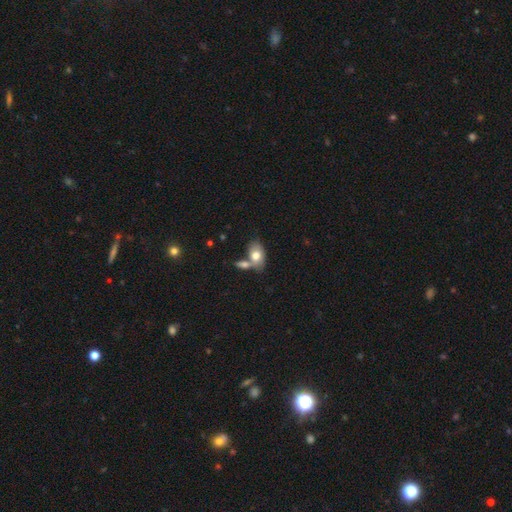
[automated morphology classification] smooth-or-featured: smooth: 75% | featured or disk: 18% | star or artifact: 7%
  how-rounded: in between: 88% | round: 10% | cigar-shaped: 2%
  merging: none: 43% | merger: 40% | minor disturbance: 13% | major disturbance: 5%